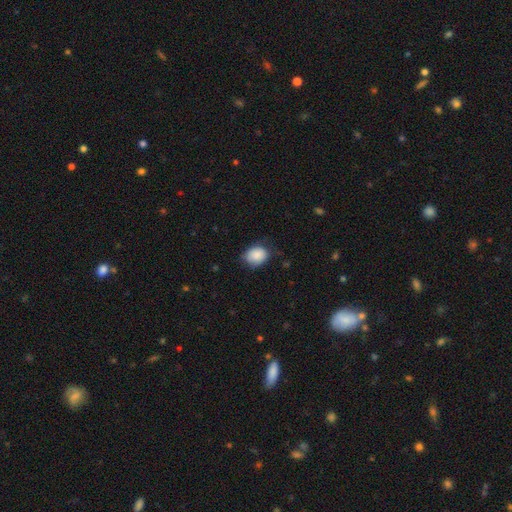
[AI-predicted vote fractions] This is clearly a smooth galaxy (87%). How rounded: possibly in between (52%). Merging: likely none (67%).